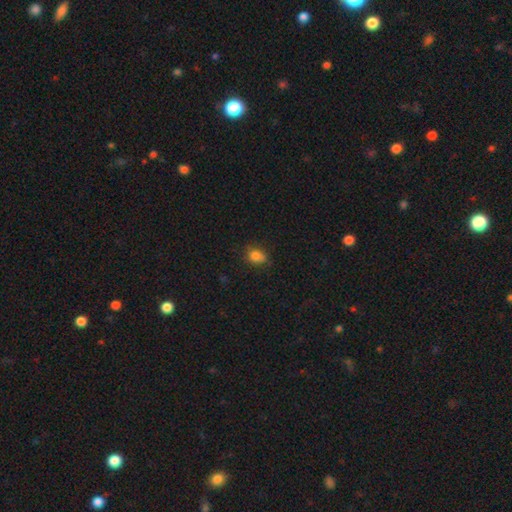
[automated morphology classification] Q: Smooth or featured?
A: smooth (81%); runner-up: star or artifact (12%)
Q: How rounded?
A: in between (54%); runner-up: round (45%)
Q: Merging?
A: none (69%); runner-up: minor disturbance (23%)